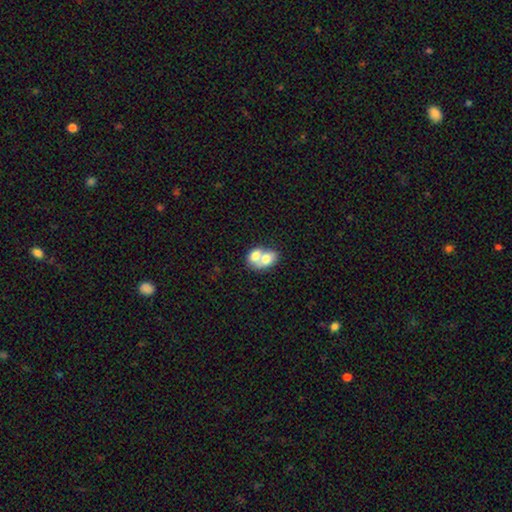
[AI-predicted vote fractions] Overall: smooth (67%). How rounded: in between (71%). Merging: merger (75%).